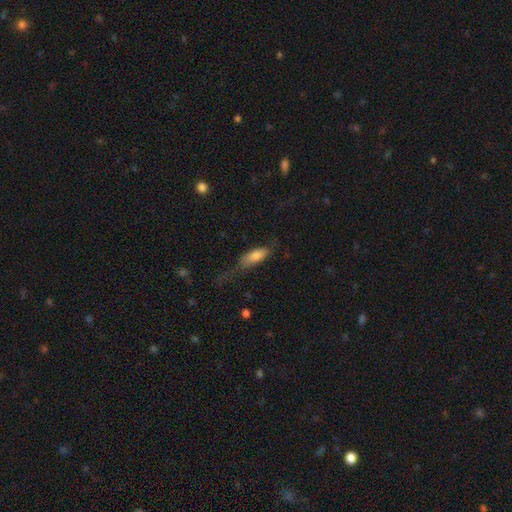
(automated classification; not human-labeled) smooth_or_featured: smooth (p=0.74) [alt: featured or disk p=0.19]
how_rounded: in between (p=0.69) [alt: cigar-shaped p=0.28]
merging: none (p=0.39) [alt: major disturbance p=0.29]